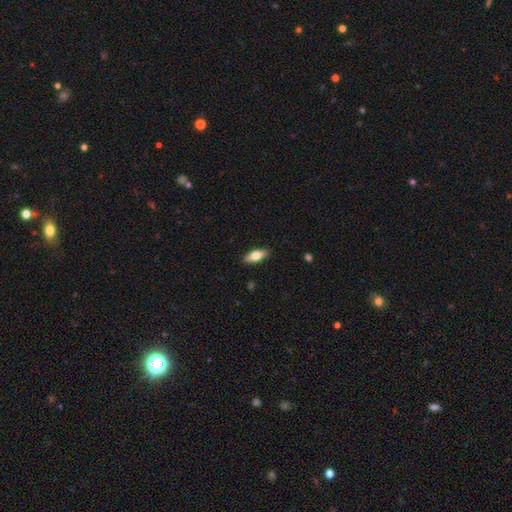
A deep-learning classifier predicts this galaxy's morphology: A smooth galaxy with no disk features (64%) that is in between round and cigar-shaped (72%).

Vote fractions:
- Smooth or featured? smooth: 64% / featured or disk: 30% / star or artifact: 6%
- How rounded? in between: 72% / cigar-shaped: 25% / round: 3%
- Merging? none: 89% / minor disturbance: 8% / major disturbance: 2% / merger: 1%